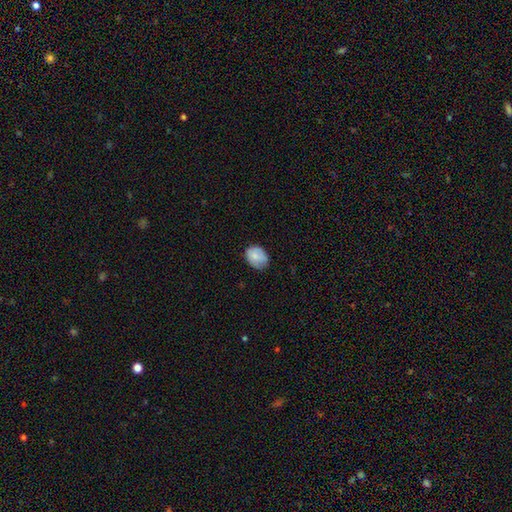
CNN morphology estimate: type=smooth (80%); roundness=in between (57%); merging=none (66%).